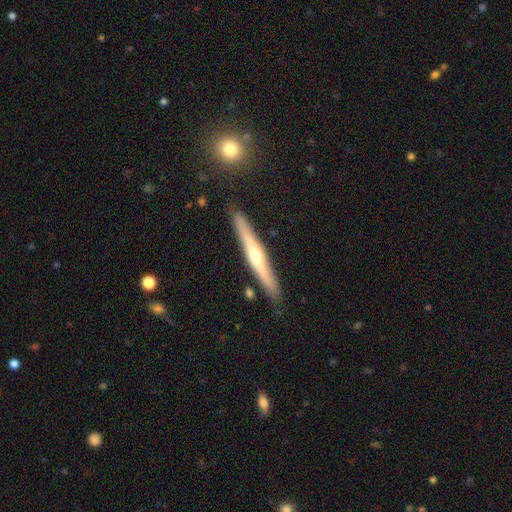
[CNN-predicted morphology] Smooth or featured: featured or disk — 63% (smooth — 31%)
Edge-on disk: yes — 96% (no — 4%)
Edge-on bulge: rounded — 76% (none — 19%)
Merging: none — 88% (minor disturbance — 9%)